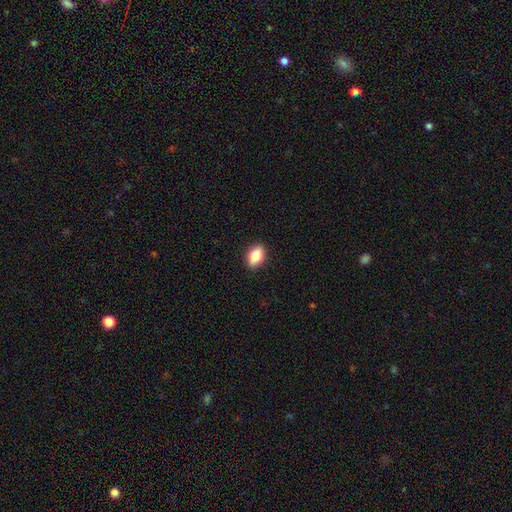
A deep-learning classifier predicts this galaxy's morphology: Smooth or featured? smooth (83%)
How rounded? in between (86%)
Merging? none (89%)